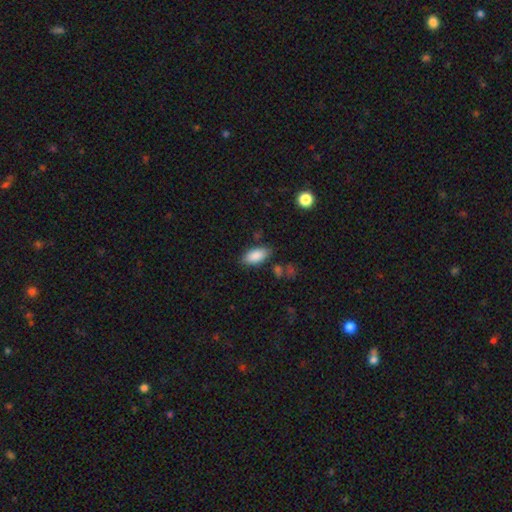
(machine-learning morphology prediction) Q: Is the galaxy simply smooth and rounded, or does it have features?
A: smooth — 87%.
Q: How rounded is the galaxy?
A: in between — 91%.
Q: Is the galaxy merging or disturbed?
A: none — 80%.